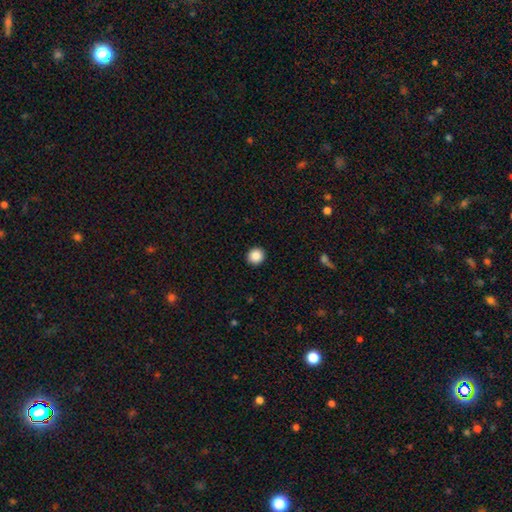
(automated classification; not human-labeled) A smooth galaxy with no disk features (88%) that is round (92%).

Vote fractions:
- Smooth or featured? smooth: 88% / star or artifact: 9% / featured or disk: 3%
- How rounded? round: 92% / in between: 7% / cigar-shaped: 1%
- Merging? none: 93% / minor disturbance: 4% / major disturbance: 2% / merger: 1%